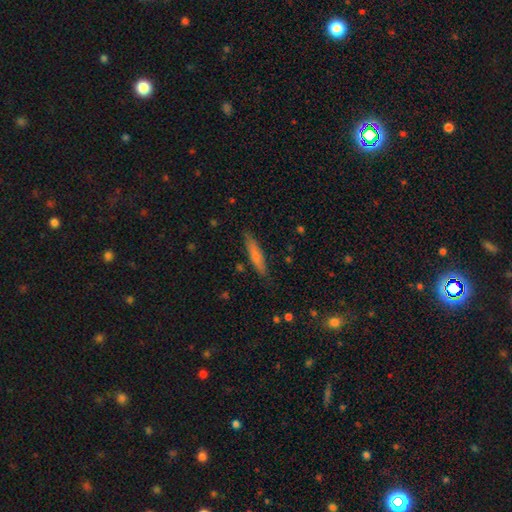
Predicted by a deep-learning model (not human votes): Overall: smooth (66%; featured or disk 28%). How rounded: cigar-shaped (85%). Merging: none (85%).